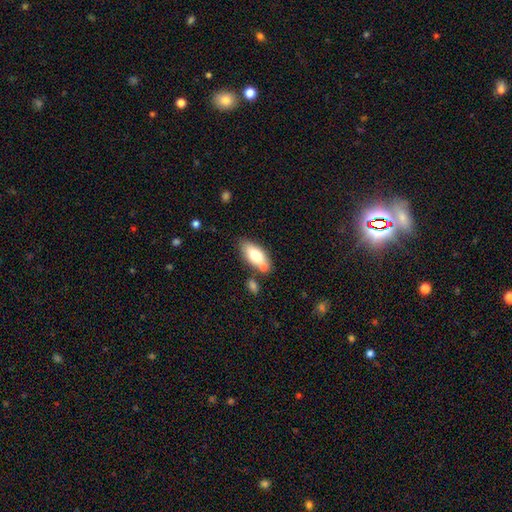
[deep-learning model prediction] smooth-or-featured: smooth: 73% | featured or disk: 21% | star or artifact: 7%
  how-rounded: in between: 86% | cigar-shaped: 11% | round: 3%
  merging: none: 66% | merger: 16% | minor disturbance: 15% | major disturbance: 4%